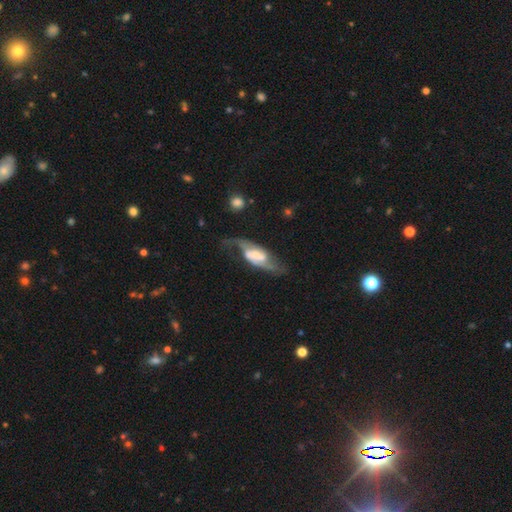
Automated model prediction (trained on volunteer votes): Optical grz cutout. It shows a featured or disk galaxy (82%) with a weak bar (43%), 2 (88%) loose (50%) spiral arms (93%) and a moderate central bulge (36%). Merging: none (56%).